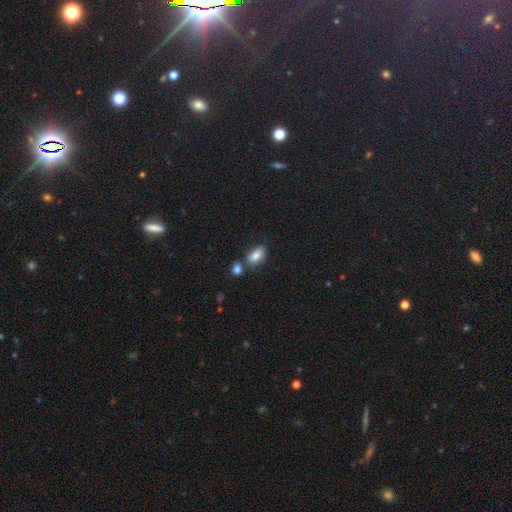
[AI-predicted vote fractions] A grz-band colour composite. It shows a smooth galaxy with no disk features (81%) that is in between round and cigar-shaped (89%). Merging: none (61%).